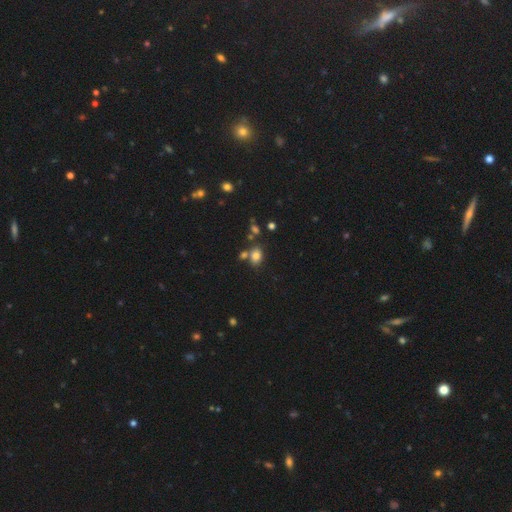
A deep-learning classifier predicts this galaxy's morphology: smooth-or-featured: smooth: 79% | star or artifact: 13% | featured or disk: 8%
  how-rounded: in between: 65% | round: 34% | cigar-shaped: 1%
  merging: none: 66% | merger: 16% | minor disturbance: 13% | major disturbance: 4%